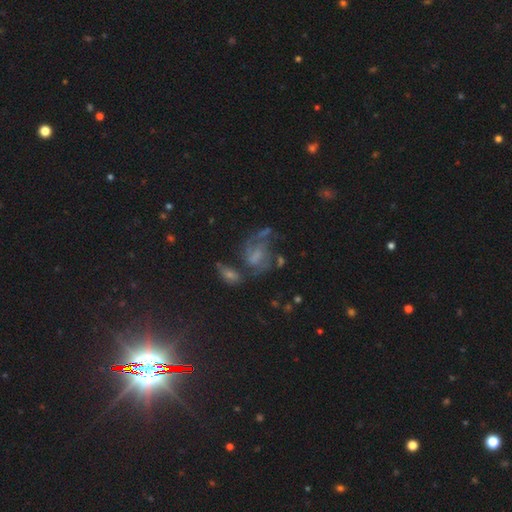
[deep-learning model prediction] Smooth or featured? featured or disk (61%)
Edge-on disk? no (96%)
Bar? no (46%)
Spiral arms? yes (83%)
Bulge size? none (33%)
Merging? none (39%)